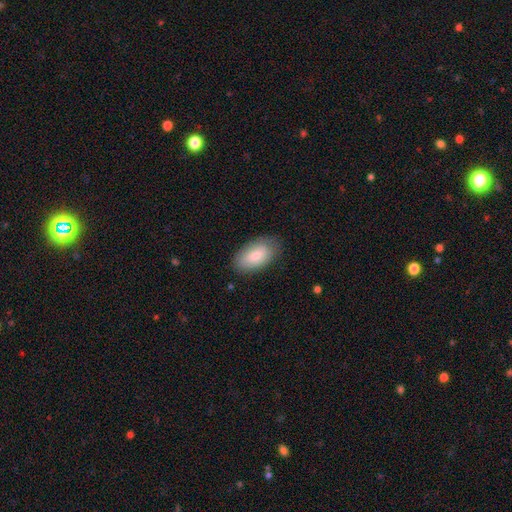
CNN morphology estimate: Smooth or featured: smooth — 80% (featured or disk — 14%)
How rounded: in between — 94% (round — 3%)
Merging: none — 82% (minor disturbance — 14%)